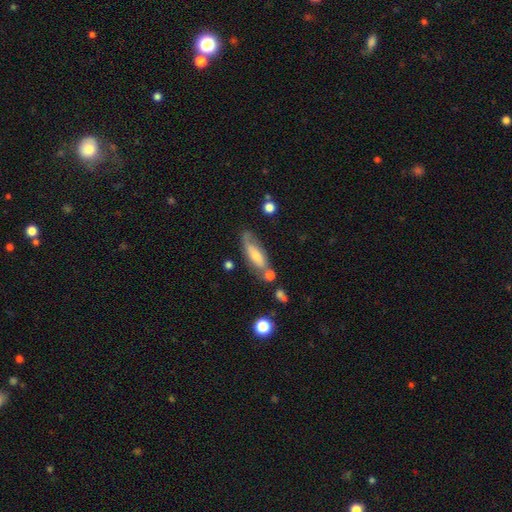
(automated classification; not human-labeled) Q: Smooth or featured?
A: smooth (47%); runner-up: featured or disk (46%)
Q: Merging?
A: none (58%); runner-up: minor disturbance (22%)